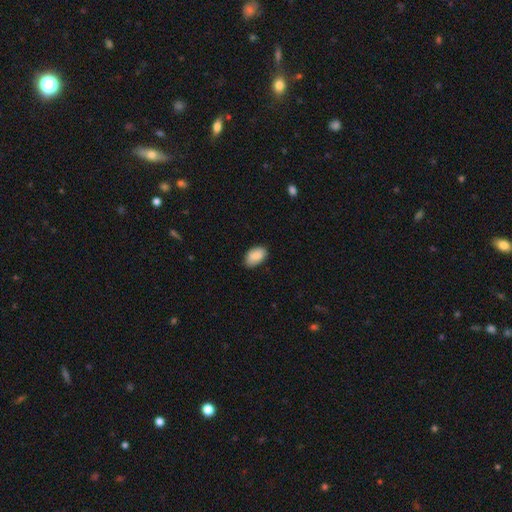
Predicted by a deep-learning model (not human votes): Overall: smooth (89%). How rounded: in between (92%). Merging: none (80%).